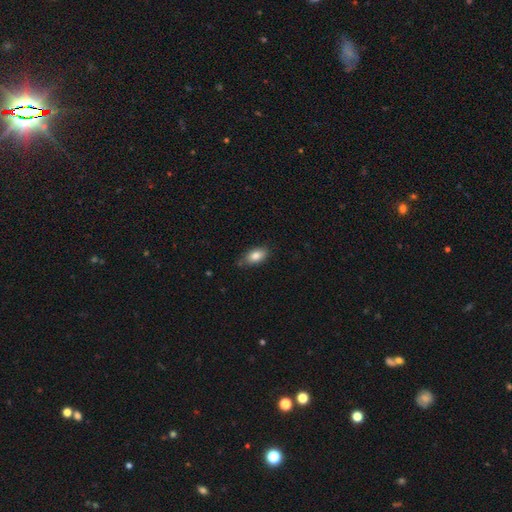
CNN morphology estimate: Smooth or featured? Predicted: smooth (p=0.84). How rounded? Predicted: in between (p=0.89). Merging? Predicted: none (p=0.77).